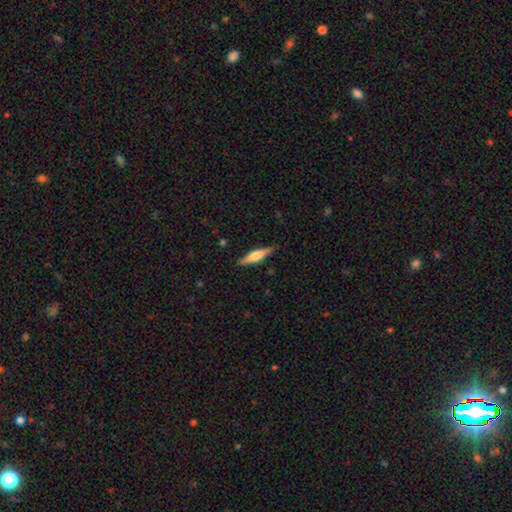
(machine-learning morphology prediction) Smooth or featured? Predicted: featured or disk (p=0.61). Edge-on disk? Predicted: yes (p=0.97). Edge-on bulge? Predicted: rounded (p=0.82). Merging? Predicted: none (p=0.89).